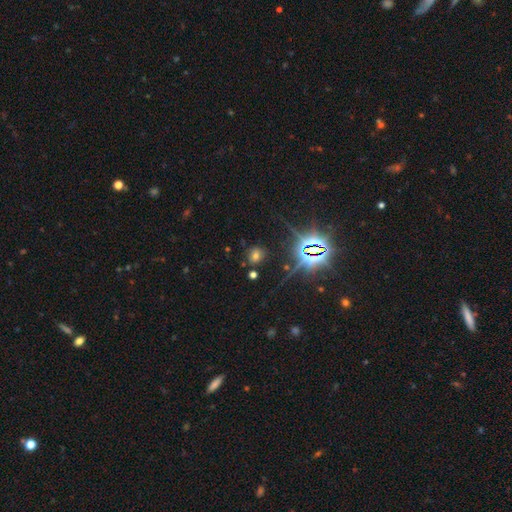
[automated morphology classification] Smooth or featured: smooth — 47% (star or artifact — 41%)
Merging: none — 81% (minor disturbance — 11%)